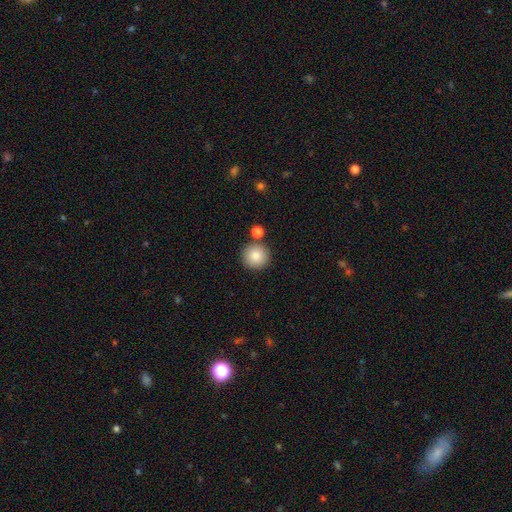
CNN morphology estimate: A smooth galaxy with no disk features (84%) that is round (95%). Merging: none (82%).